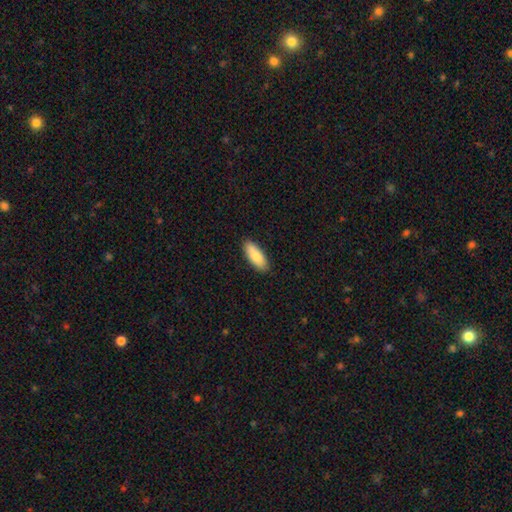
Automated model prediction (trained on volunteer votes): Morphology: type=smooth (82%); roundness=in between (69%); merging=none (90%).